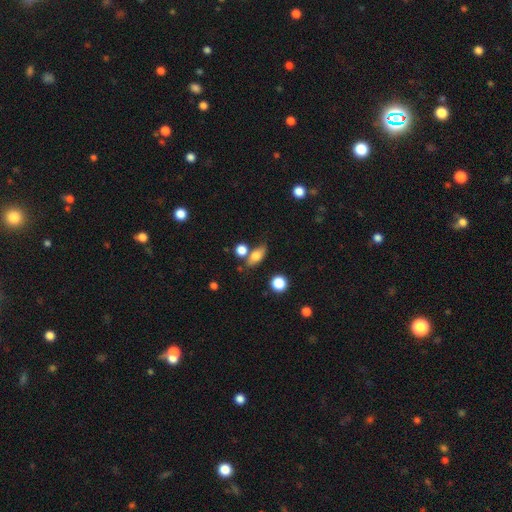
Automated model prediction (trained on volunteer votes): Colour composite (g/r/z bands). It shows a smooth galaxy with no disk features (73%) that is in between round and cigar-shaped (72%). Merging: none (64%).